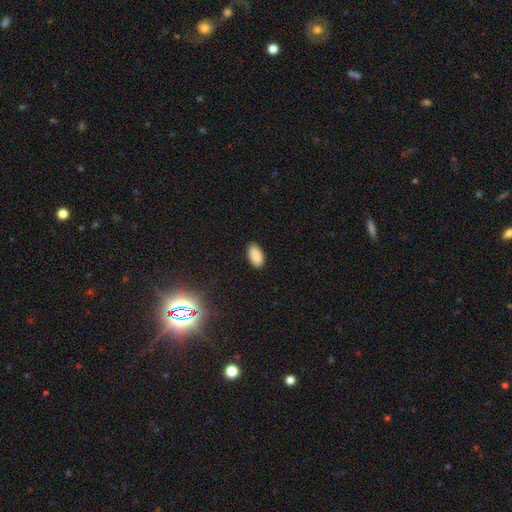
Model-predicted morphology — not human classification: smooth 88%, star or artifact 8%, featured or disk 4%. Down the decision tree: how rounded — in between (95%); merging — none (88%).